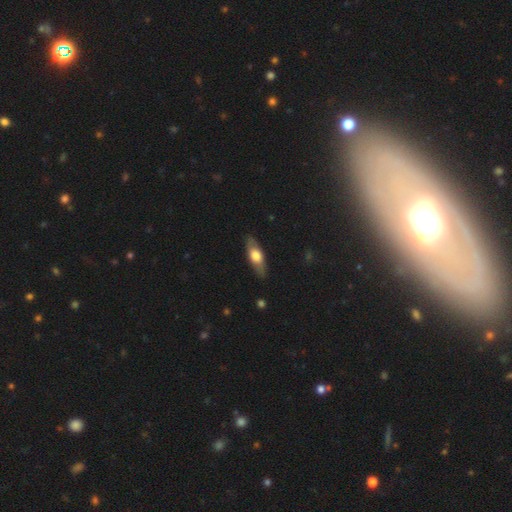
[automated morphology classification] Overall: smooth (55%; featured or disk 39%). How rounded: in between (64%; cigar-shaped 33%). Merging: none (85%).